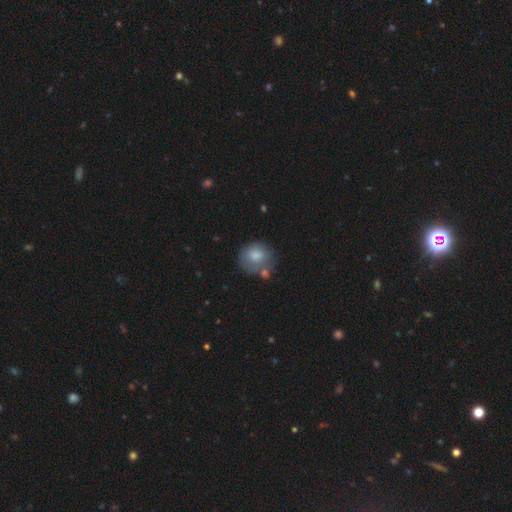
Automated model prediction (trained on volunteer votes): Q: Smooth or featured?
A: smooth (77%); runner-up: featured or disk (16%)
Q: How rounded?
A: round (77%); runner-up: in between (22%)
Q: Merging?
A: none (56%); runner-up: minor disturbance (21%)